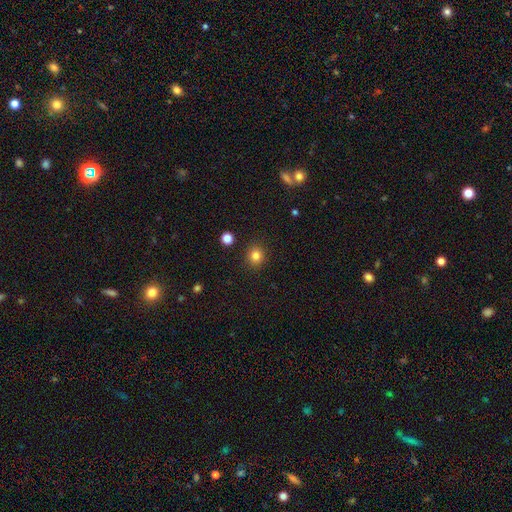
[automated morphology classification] Smooth or featured: smooth — 82% (star or artifact — 13%)
How rounded: round — 85% (in between — 14%)
Merging: none — 90% (minor disturbance — 6%)